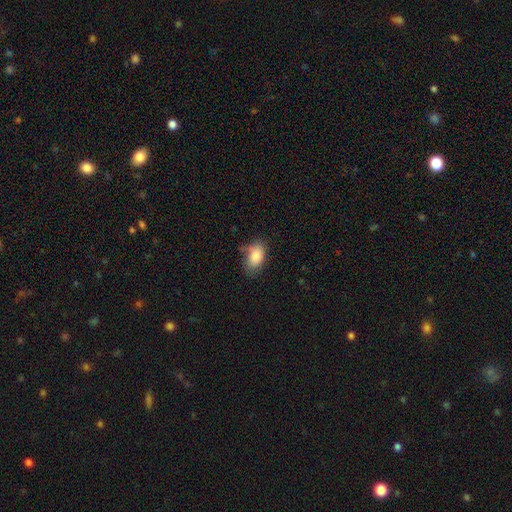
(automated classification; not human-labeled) Smooth or featured?
  - smooth: 82% *
  - featured or disk: 10%
  - star or artifact: 7%
How rounded?
  - in between: 90% *
  - round: 8%
  - cigar-shaped: 2%
Merging?
  - none: 59% *
  - minor disturbance: 28%
  - major disturbance: 8%
  - merger: 5%